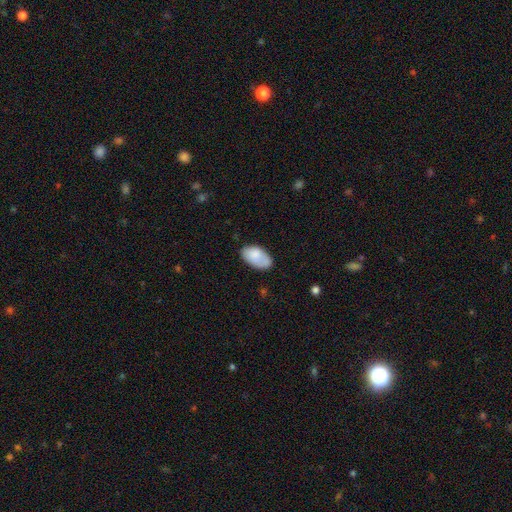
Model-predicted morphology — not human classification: Smooth or featured: smooth — 83% (featured or disk — 11%)
How rounded: in between — 95% (round — 4%)
Merging: none — 66% (minor disturbance — 24%)